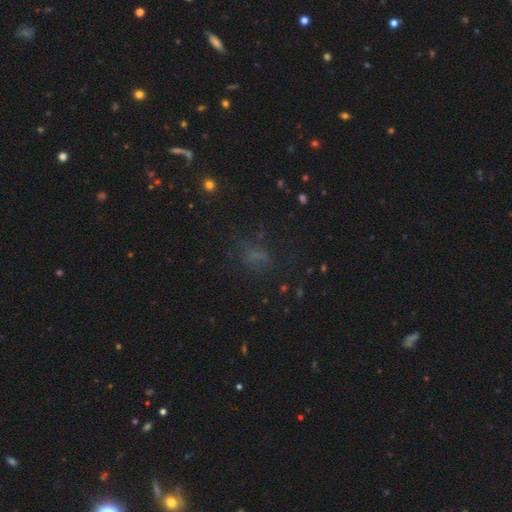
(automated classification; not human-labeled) Q: Smooth or featured?
A: smooth (55%); runner-up: star or artifact (30%)
Q: How rounded?
A: in between (69%); runner-up: round (24%)
Q: Merging?
A: none (60%); runner-up: minor disturbance (19%)